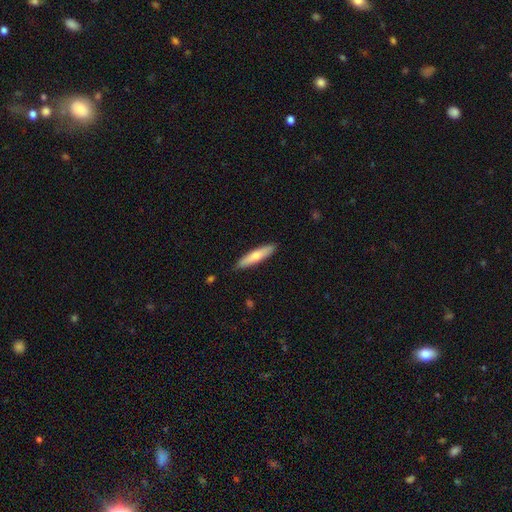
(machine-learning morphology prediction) Smooth or featured? smooth (60%)
How rounded? cigar-shaped (83%)
Merging? none (90%)